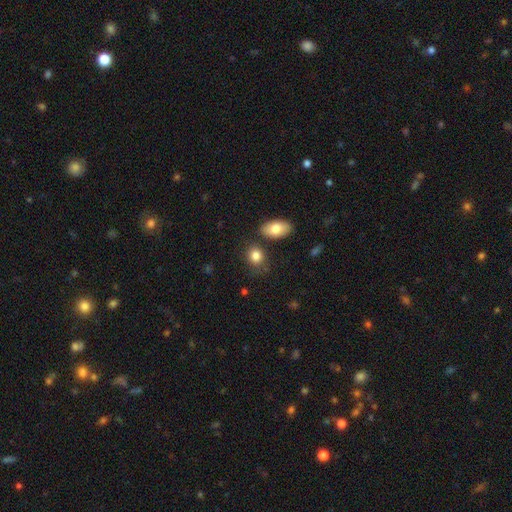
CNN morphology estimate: A smooth galaxy with no disk features (83%) that is round (51%).

Vote fractions:
- Smooth or featured? smooth: 83% / star or artifact: 9% / featured or disk: 8%
- How rounded? round: 51% / in between: 47% / cigar-shaped: 2%
- Merging? none: 72% / minor disturbance: 14% / merger: 10% / major disturbance: 4%